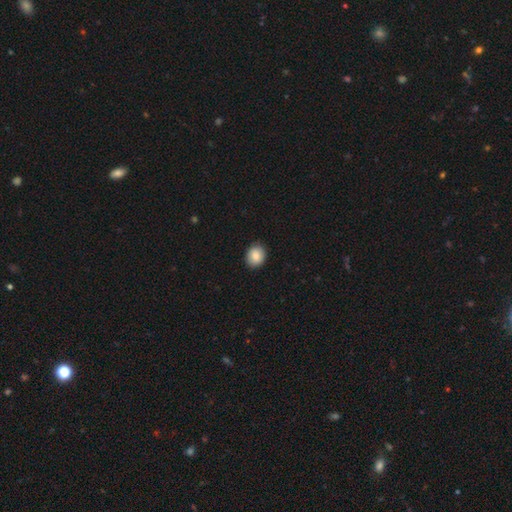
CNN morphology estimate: Smooth or featured?
  - smooth: 85% *
  - star or artifact: 8%
  - featured or disk: 7%
How rounded?
  - round: 59% *
  - in between: 41%
  - cigar-shaped: 1%
Merging?
  - none: 89% *
  - minor disturbance: 8%
  - major disturbance: 2%
  - merger: 1%